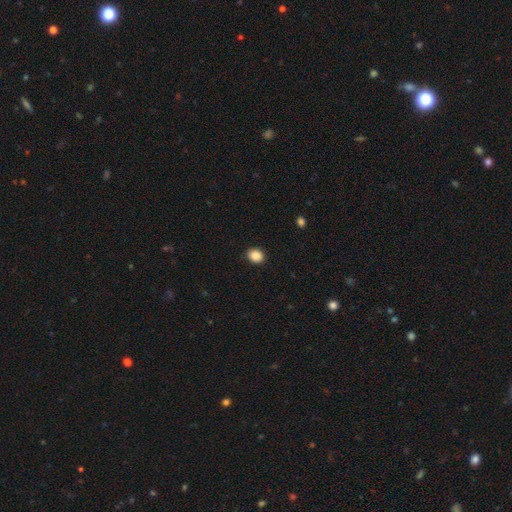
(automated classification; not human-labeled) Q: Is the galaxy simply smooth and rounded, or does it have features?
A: smooth — 89%.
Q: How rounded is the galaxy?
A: round — 57%.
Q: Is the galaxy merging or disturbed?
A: none — 89%.